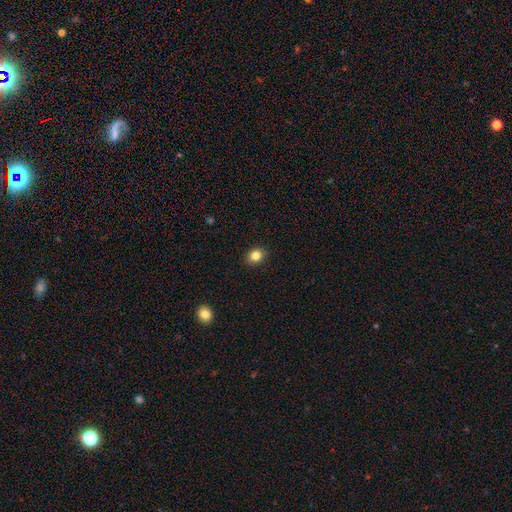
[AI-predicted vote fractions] Smooth or featured: smooth — 83% (star or artifact — 11%)
How rounded: round — 54% (in between — 45%)
Merging: none — 90% (minor disturbance — 7%)